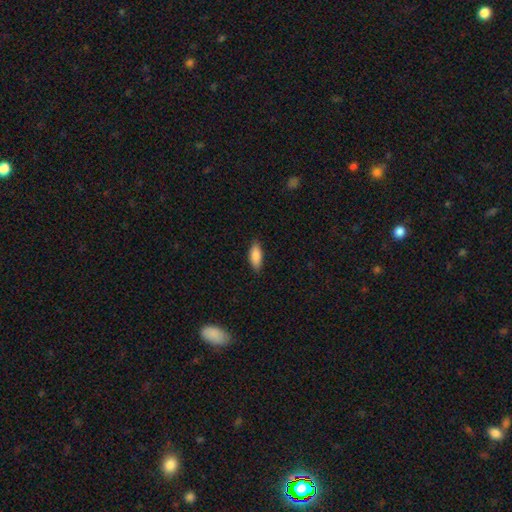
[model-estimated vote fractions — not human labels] A smooth galaxy with no disk features (87%) that is in between round and cigar-shaped (80%). Merging: none (86%).